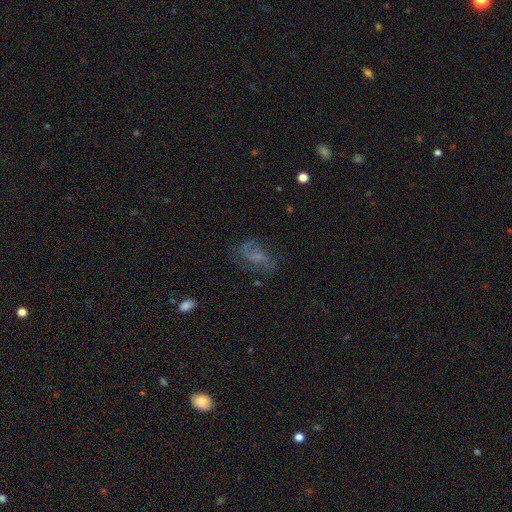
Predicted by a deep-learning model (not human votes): smooth-or-featured: featured or disk: 60% | smooth: 24% | star or artifact: 16%
  disk-edge-on: no: 97% | yes: 3%
    bar: no: 55% | weak: 36% | strong: 9%
    has-spiral-arms: yes: 79% | no: 21%
    bulge-size: none: 56% | small: 26% | moderate: 13% | large: 4% | dominant: 1%
  merging: none: 55% | major disturbance: 23% | minor disturbance: 20% | merger: 3%